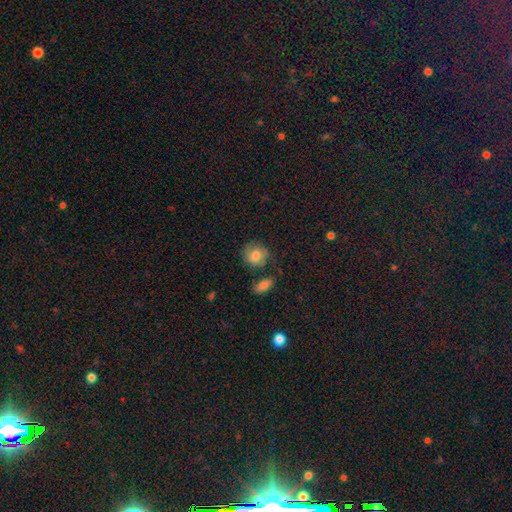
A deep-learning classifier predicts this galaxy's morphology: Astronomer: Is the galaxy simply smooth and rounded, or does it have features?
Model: smooth — 75%.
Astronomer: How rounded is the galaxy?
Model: round — 76%.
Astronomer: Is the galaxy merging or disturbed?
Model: none — 67%.